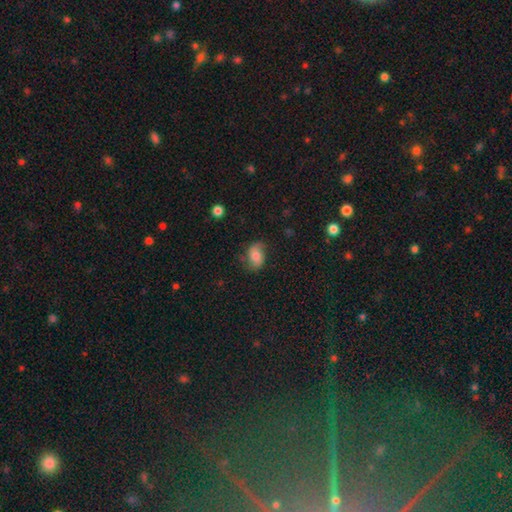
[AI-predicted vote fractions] smooth 63%, featured or disk 28%, star or artifact 9%. Down the decision tree: how rounded — in between (82%); merging — none (65%).